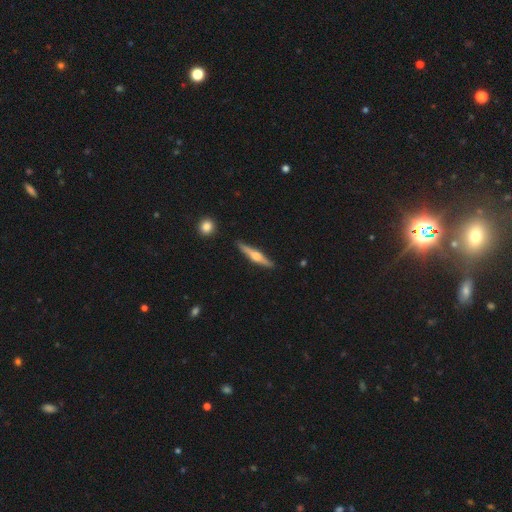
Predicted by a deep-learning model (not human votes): featured or disk 69%, smooth 26%, star or artifact 5%. Down the decision tree: edge-on disk — yes (97%); edge-on bulge — rounded (89%); merging — none (89%).